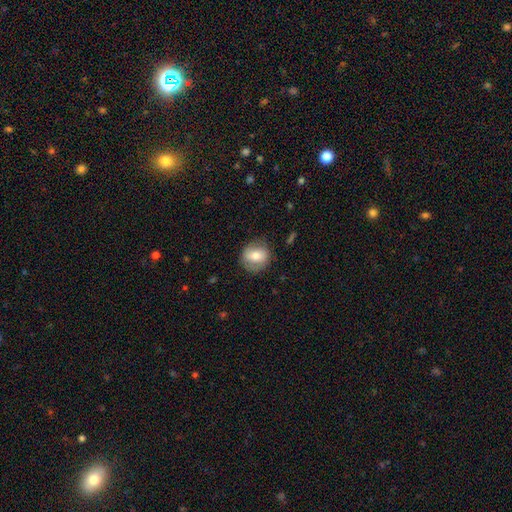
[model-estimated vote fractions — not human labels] This is likely a smooth galaxy (67%). How rounded: likely round (75%). Merging: clearly none (80%).